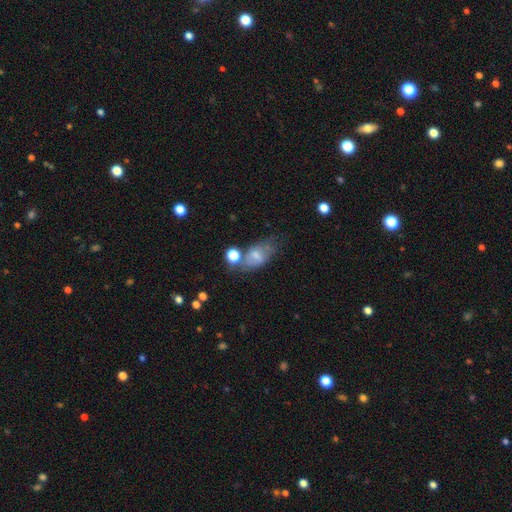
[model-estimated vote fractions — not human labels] Morphology: type=smooth (60%); roundness=in between (83%); merging=none (44%).